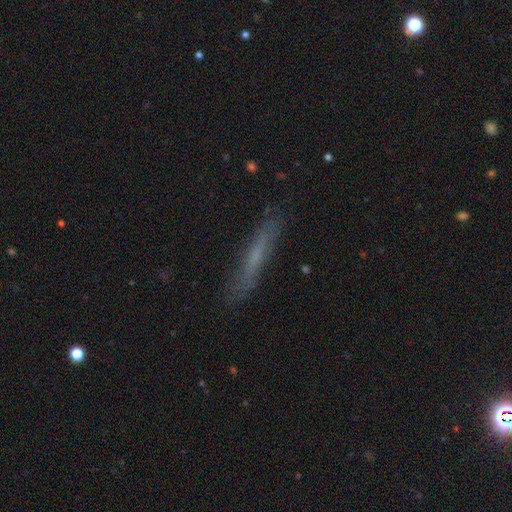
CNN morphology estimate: Q: Smooth or featured?
A: smooth (50%); runner-up: featured or disk (40%)
Q: How rounded?
A: cigar-shaped (92%); runner-up: in between (6%)
Q: Merging?
A: none (82%); runner-up: minor disturbance (14%)